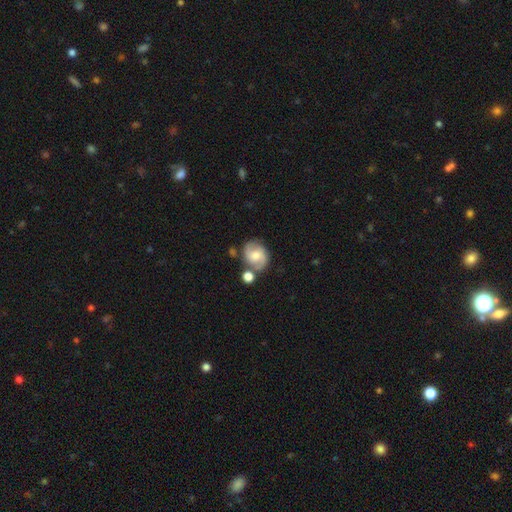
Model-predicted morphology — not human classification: Smooth or featured? featured or disk (71%)
Edge-on disk? no (98%)
Bar? no (50%)
Spiral arms? yes (94%)
Spiral winding? medium (52%)
Spiral arm count? 2 (88%)
Bulge size? moderate (52%)
Merging? none (64%)